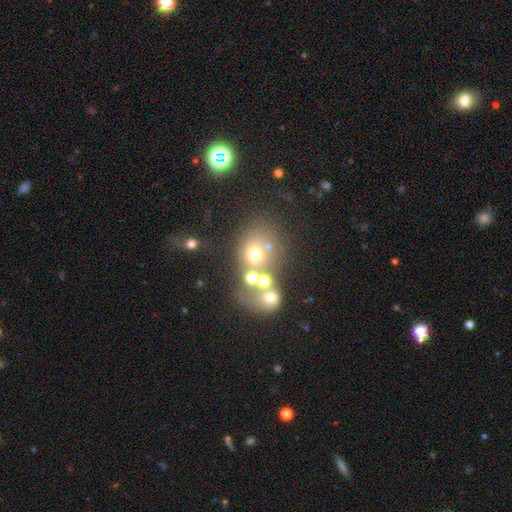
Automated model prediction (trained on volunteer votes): Smooth or featured?
  - smooth: 51% *
  - star or artifact: 25%
  - featured or disk: 24%
How rounded?
  - round: 63% *
  - in between: 36%
  - cigar-shaped: 1%
Merging?
  - merger: 40% *
  - none: 39%
  - minor disturbance: 11%
  - major disturbance: 10%